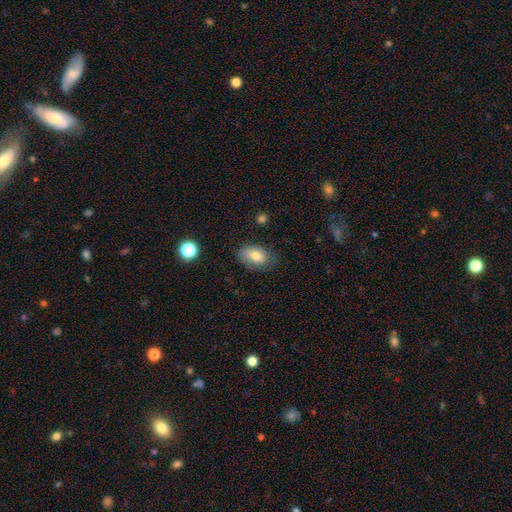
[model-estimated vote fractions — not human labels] A smooth galaxy with no disk features (75%) that is in between round and cigar-shaped (86%). Merging: none (66%).